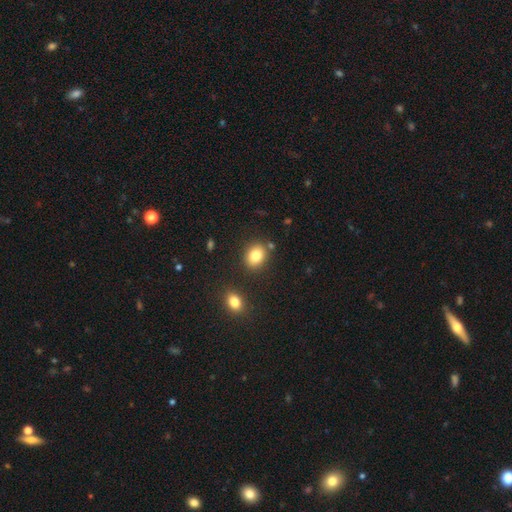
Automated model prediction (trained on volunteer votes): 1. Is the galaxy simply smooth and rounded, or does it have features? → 83% smooth, 10% star or artifact, 8% featured or disk.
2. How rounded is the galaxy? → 50% in between, 49% round, 1% cigar-shaped.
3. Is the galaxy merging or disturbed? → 81% none, 10% minor disturbance, 7% merger, 3% major disturbance.